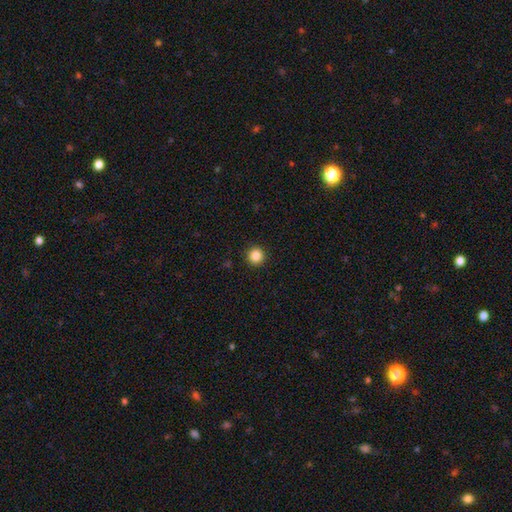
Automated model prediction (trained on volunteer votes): smooth 86%, star or artifact 11%, featured or disk 4%. Down the decision tree: how rounded — round (96%); merging — none (93%).